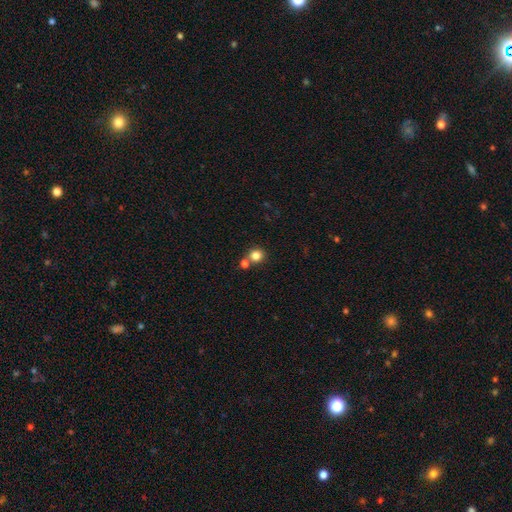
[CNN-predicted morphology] smooth 82%, star or artifact 12%, featured or disk 6%. Down the decision tree: how rounded — round (88%); merging — none (65%).